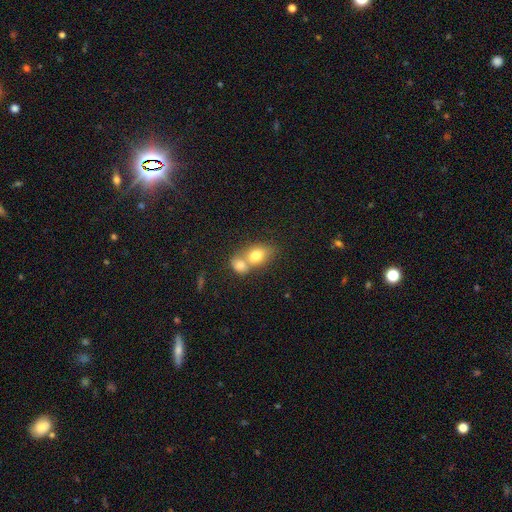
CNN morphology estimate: smooth-or-featured: smooth: 75% | featured or disk: 15% | star or artifact: 9%
  how-rounded: in between: 61% | round: 37% | cigar-shaped: 1%
  merging: merger: 64% | none: 26% | minor disturbance: 7% | major disturbance: 3%